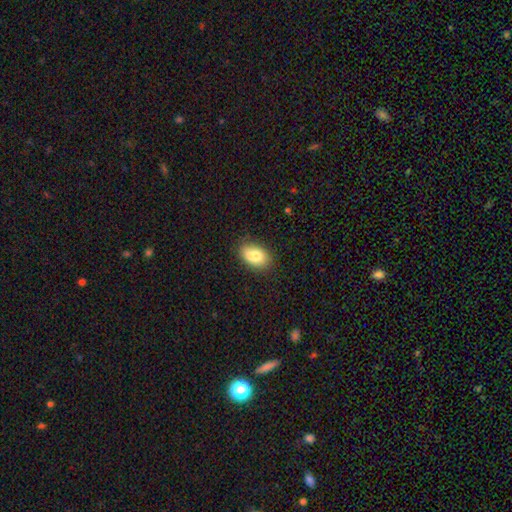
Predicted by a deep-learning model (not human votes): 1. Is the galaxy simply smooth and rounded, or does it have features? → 79% smooth, 12% featured or disk, 8% star or artifact.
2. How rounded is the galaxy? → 88% in between, 11% round, 2% cigar-shaped.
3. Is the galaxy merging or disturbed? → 71% none, 20% minor disturbance, 5% merger, 4% major disturbance.